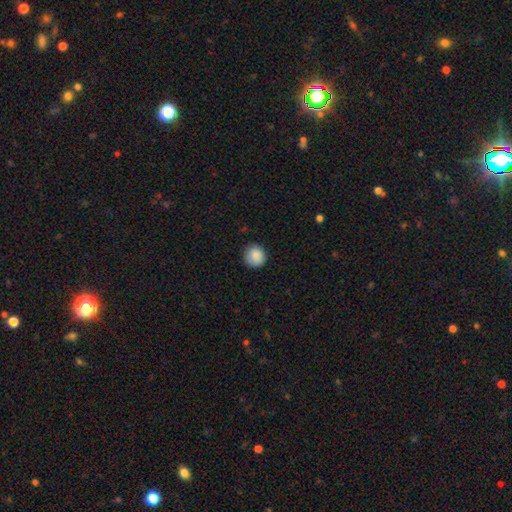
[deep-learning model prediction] A smooth galaxy with no disk features (88%) that is round (92%). Merging: none (87%).